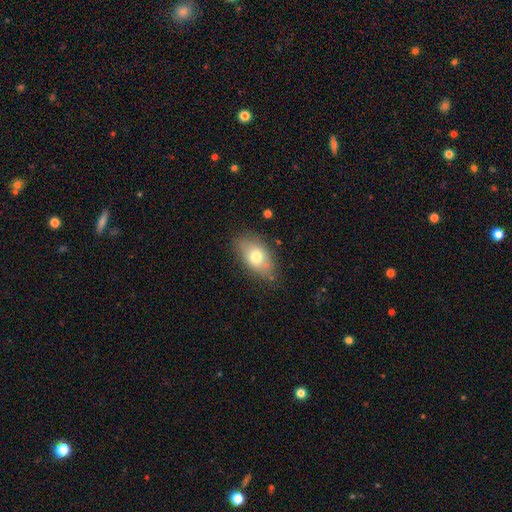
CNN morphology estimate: The model was most divided on "smooth or featured": smooth: 71%, featured or disk: 21%, star or artifact: 8%. More confident: how rounded — in between (89%); merging — none (75%).